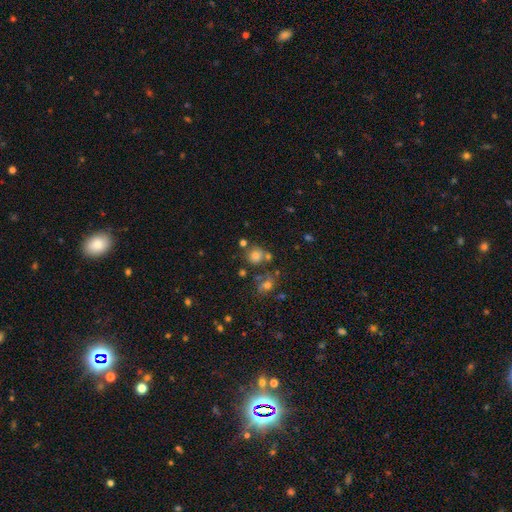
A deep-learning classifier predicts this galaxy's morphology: This is likely a smooth galaxy (73%). How rounded: clearly round (85%). Merging: likely none (64%).